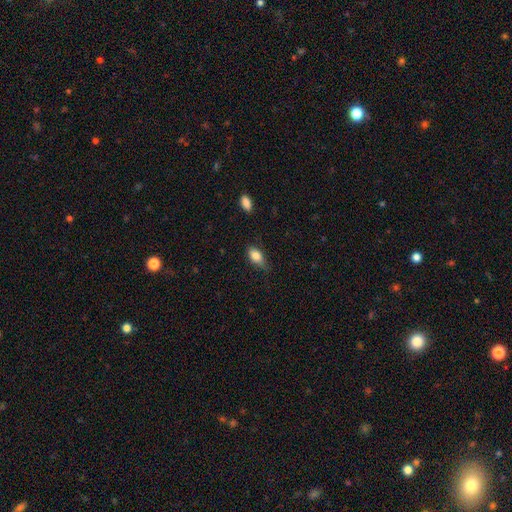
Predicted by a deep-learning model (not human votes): smooth 80%, featured or disk 12%, star or artifact 8%. Down the decision tree: how rounded — in between (87%); merging — none (63%).